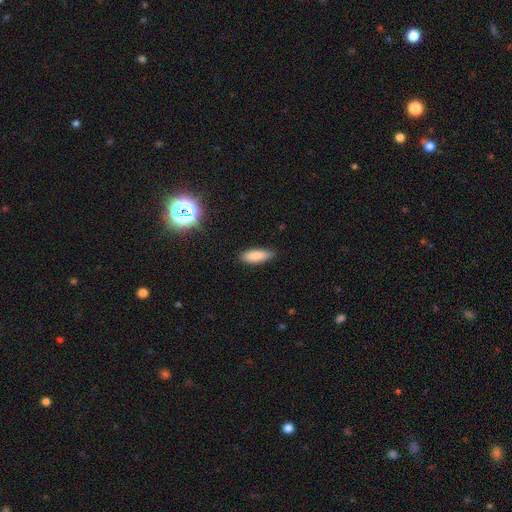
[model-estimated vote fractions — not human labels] This is clearly a smooth galaxy (85%). How rounded: likely in between (66%). Merging: clearly none (84%).